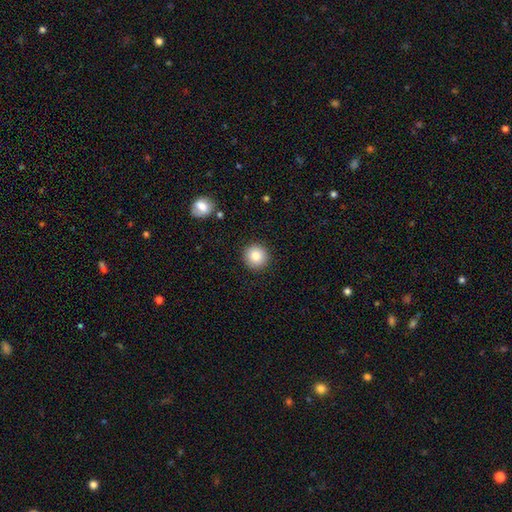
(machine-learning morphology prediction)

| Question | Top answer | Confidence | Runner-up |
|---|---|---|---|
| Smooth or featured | smooth | 84% | star or artifact (9%) |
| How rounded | round | 95% | in between (4%) |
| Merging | none | 91% | minor disturbance (6%) |